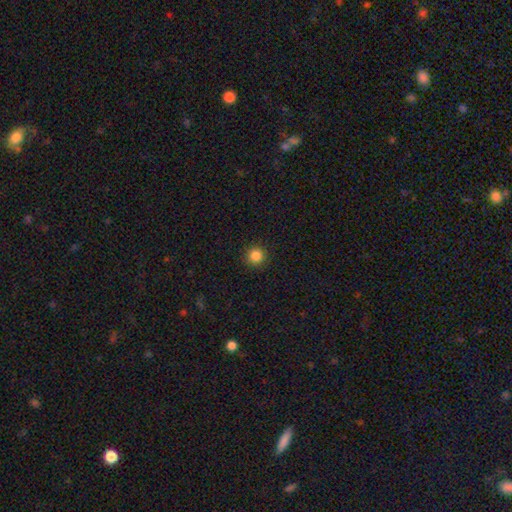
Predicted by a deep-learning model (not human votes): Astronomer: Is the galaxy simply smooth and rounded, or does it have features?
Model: smooth — 85%.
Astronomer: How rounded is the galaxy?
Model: round — 95%.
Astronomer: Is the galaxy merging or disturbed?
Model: none — 92%.